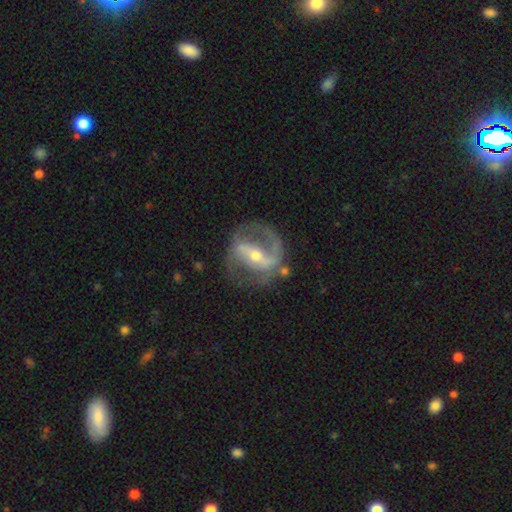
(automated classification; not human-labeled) The model was most divided on "bulge size" (2-way tie): small: 48%, moderate: 48%, large: 2%, none: 1%, dominant: 1%. More confident: edge-on disk — no (96%); spiral arms — yes (92%); smooth or featured — featured or disk (87%); spiral arm count — 2 (79%); merging — none (67%); bar — strong (57%); spiral winding — medium (51%).